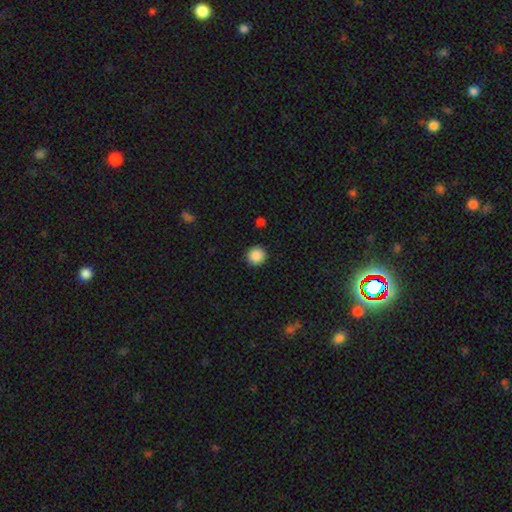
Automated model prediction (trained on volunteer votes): smooth 88%, star or artifact 9%, featured or disk 3%. Down the decision tree: how rounded — round (94%); merging — none (92%).